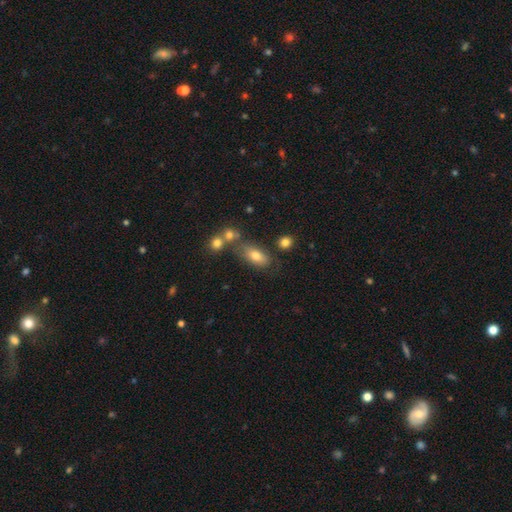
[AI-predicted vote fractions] Smooth or featured?
  - smooth: 75% *
  - featured or disk: 16%
  - star or artifact: 10%
How rounded?
  - in between: 83% *
  - cigar-shaped: 11%
  - round: 6%
Merging?
  - none: 58% *
  - merger: 18%
  - minor disturbance: 18%
  - major disturbance: 7%